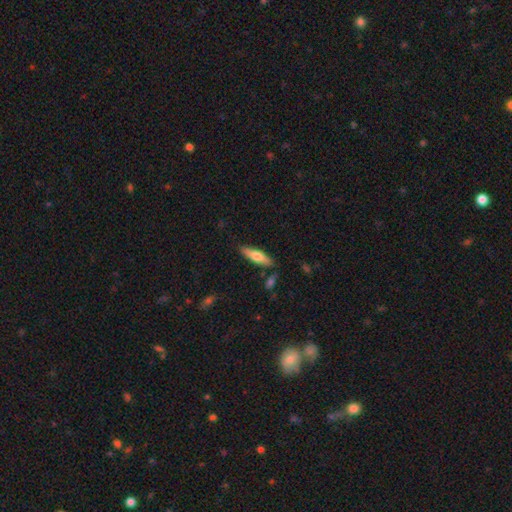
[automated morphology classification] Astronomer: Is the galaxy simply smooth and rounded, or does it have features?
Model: smooth — 64%.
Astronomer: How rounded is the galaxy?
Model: cigar-shaped — 63%.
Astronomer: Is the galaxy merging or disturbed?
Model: none — 83%.